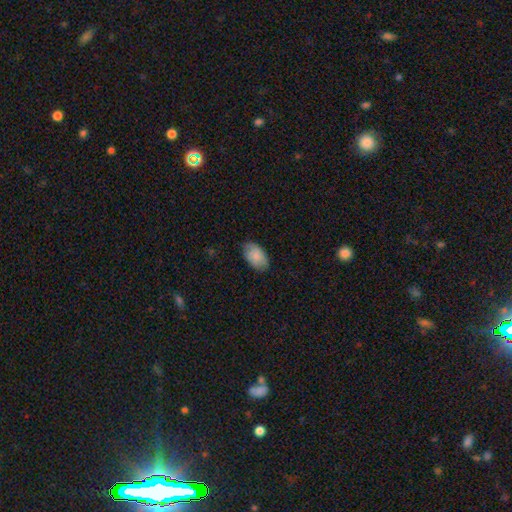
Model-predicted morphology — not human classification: Overall: smooth (81%). How rounded: in between (93%). Merging: none (75%).